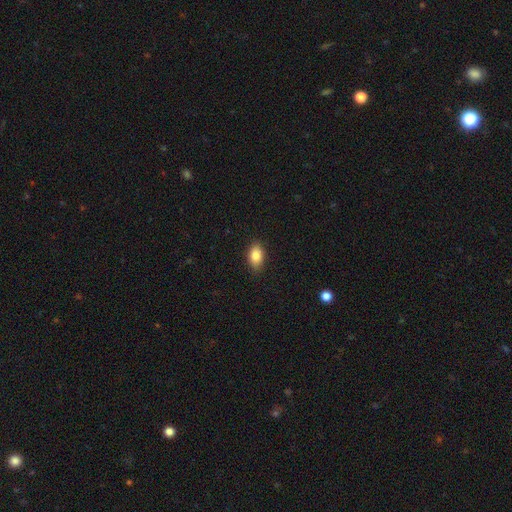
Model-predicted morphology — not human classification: Smooth or featured? smooth (85%)
How rounded? in between (89%)
Merging? none (87%)